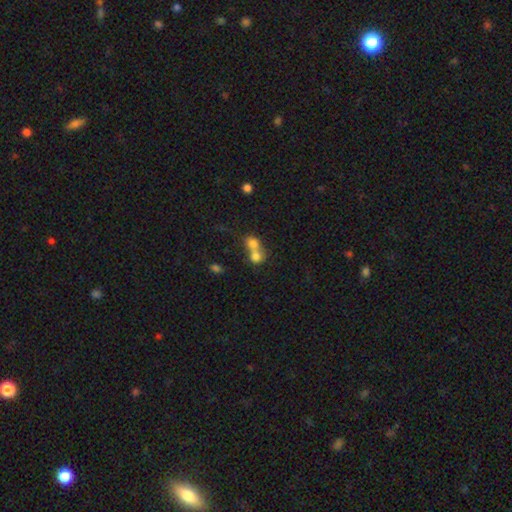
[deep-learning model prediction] Smooth or featured?
  - smooth: 74% *
  - featured or disk: 15%
  - star or artifact: 11%
How rounded?
  - round: 70% *
  - in between: 29%
  - cigar-shaped: 1%
Merging?
  - merger: 72% *
  - none: 21%
  - minor disturbance: 5%
  - major disturbance: 3%